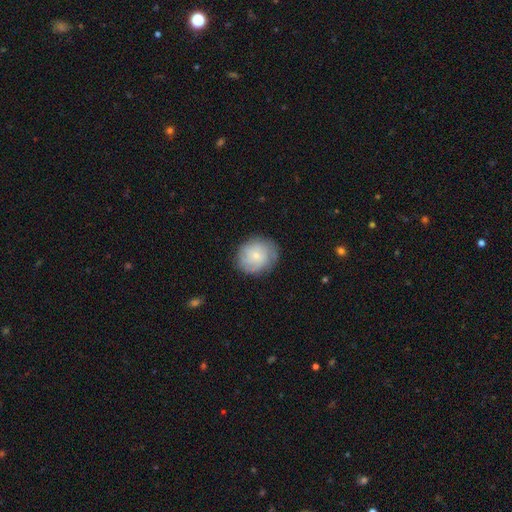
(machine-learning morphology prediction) A smooth galaxy with no disk features (59%) that is round (77%).

Vote fractions:
- Smooth or featured? smooth: 59% / featured or disk: 33% / star or artifact: 8%
- How rounded? round: 77% / in between: 22% / cigar-shaped: 1%
- Merging? none: 78% / minor disturbance: 16% / major disturbance: 5% / merger: 1%